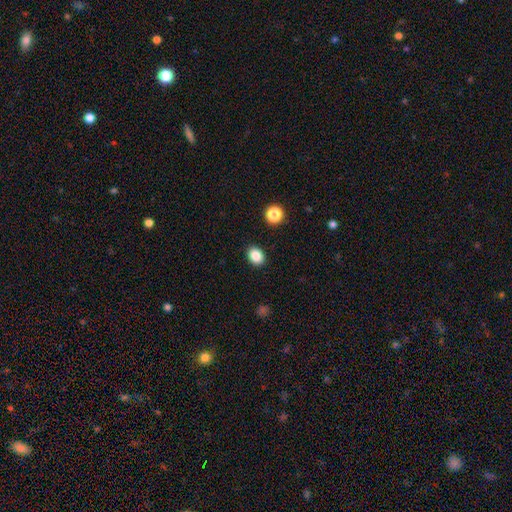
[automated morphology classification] smooth_or_featured: smooth (p=0.86) [alt: star or artifact p=0.10]
how_rounded: in between (p=0.54) [alt: round p=0.45]
merging: none (p=0.90) [alt: minor disturbance p=0.07]